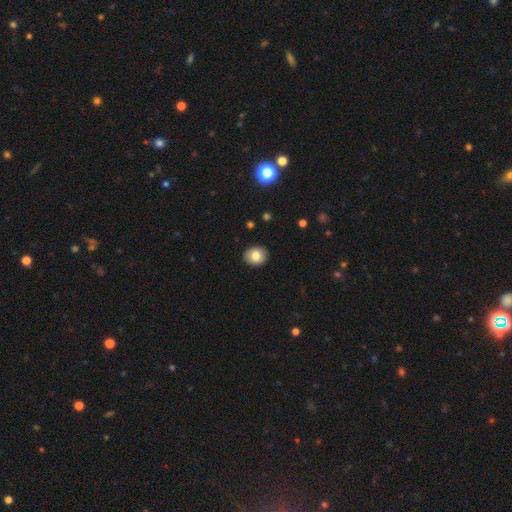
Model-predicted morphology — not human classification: Overall: smooth (82%). How rounded: round (56%; in between 43%). Merging: none (90%).